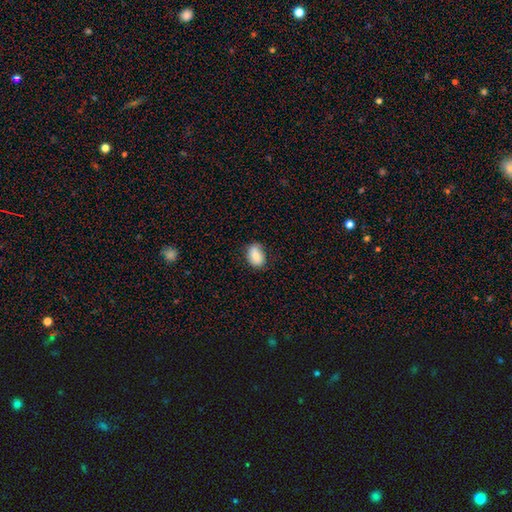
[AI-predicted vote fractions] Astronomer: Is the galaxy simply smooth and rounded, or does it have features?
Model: smooth — 80%.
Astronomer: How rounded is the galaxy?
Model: in between — 80%.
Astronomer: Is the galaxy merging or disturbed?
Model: none — 77%.